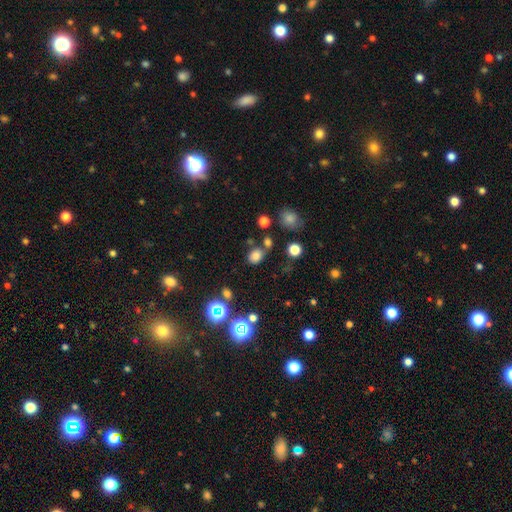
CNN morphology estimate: This appears to be a smooth galaxy with no disk features (74%) that is in between round and cigar-shaped (50%). Merging: none (67%).